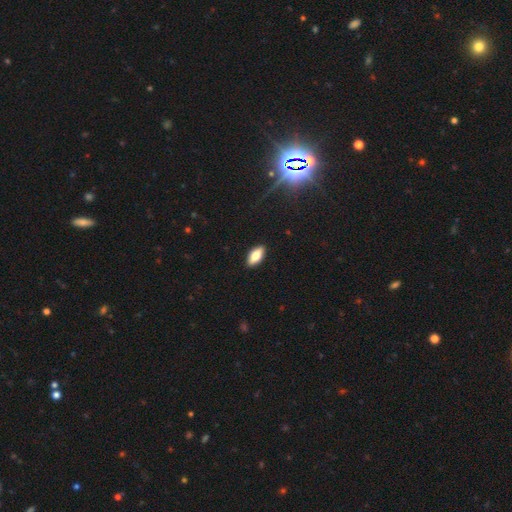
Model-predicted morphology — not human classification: smooth_or_featured: smooth (p=0.76) [alt: featured or disk p=0.17]
how_rounded: in between (p=0.88) [alt: cigar-shaped p=0.10]
merging: none (p=0.90) [alt: minor disturbance p=0.07]